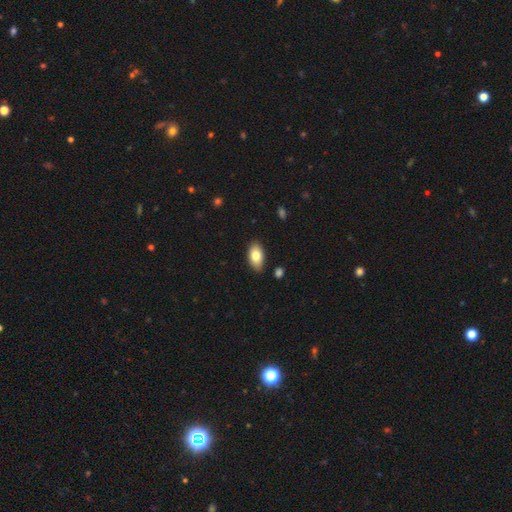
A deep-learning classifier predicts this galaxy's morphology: Smooth or featured: smooth — 80% (featured or disk — 13%)
How rounded: in between — 93% (round — 4%)
Merging: none — 86% (minor disturbance — 10%)